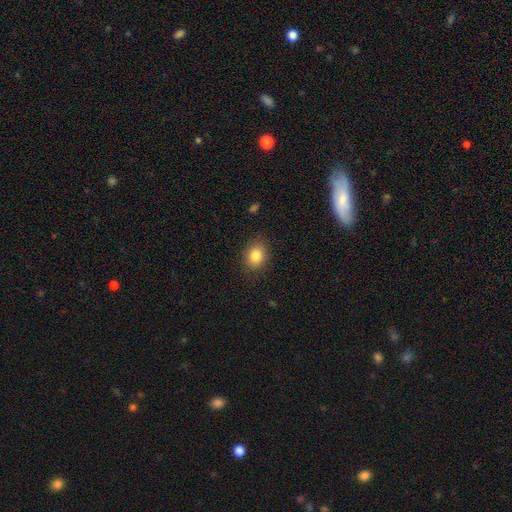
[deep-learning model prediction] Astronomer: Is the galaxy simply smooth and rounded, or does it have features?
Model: smooth — 83%.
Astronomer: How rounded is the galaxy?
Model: in between — 56% (runner-up: round, 43%).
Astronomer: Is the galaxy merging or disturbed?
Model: none — 85%.